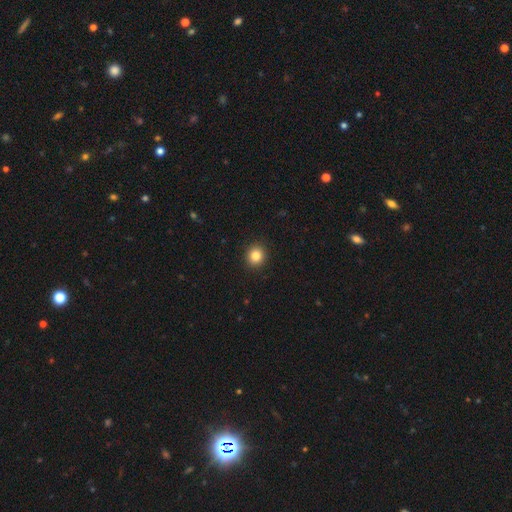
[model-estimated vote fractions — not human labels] smooth_or_featured: smooth (p=0.84) [alt: star or artifact p=0.11]
how_rounded: round (p=0.87) [alt: in between p=0.12]
merging: none (p=0.92) [alt: minor disturbance p=0.05]